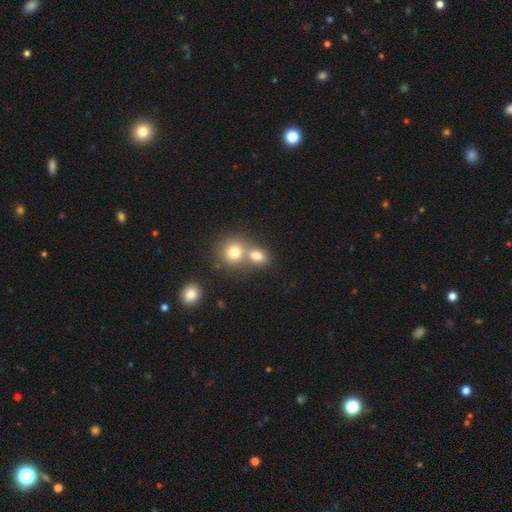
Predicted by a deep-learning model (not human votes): smooth 75%, star or artifact 14%, featured or disk 12%. Down the decision tree: how rounded — round (61%); merging — merger (53%).